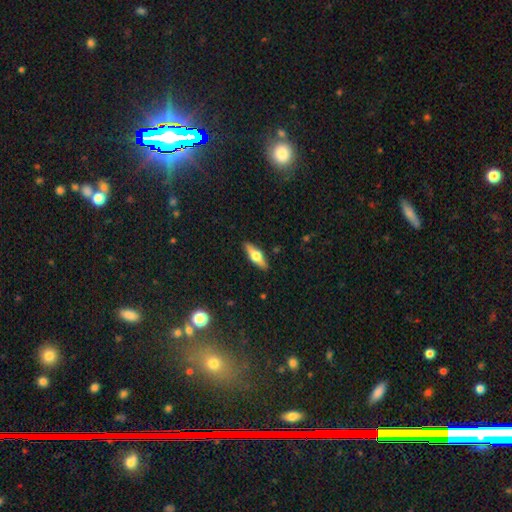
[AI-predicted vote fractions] smooth-or-featured: featured or disk: 54% | smooth: 39% | star or artifact: 6%
  disk-edge-on: yes: 93% | no: 7%
    edge-on-bulge: rounded: 95% | boxy: 4% | none: 2%
  merging: none: 89% | minor disturbance: 8% | major disturbance: 2% | merger: 1%